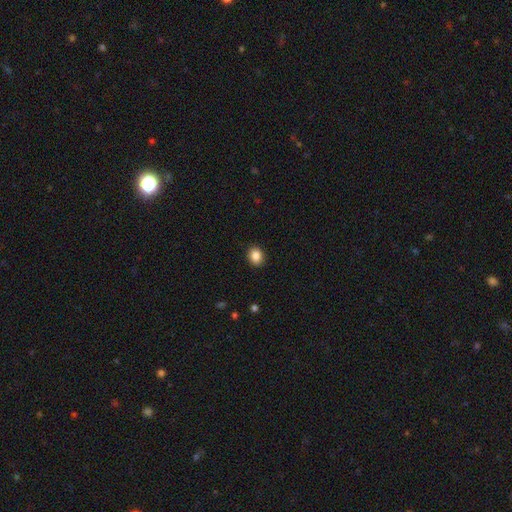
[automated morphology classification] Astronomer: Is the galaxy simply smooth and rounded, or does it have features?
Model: smooth — 86%.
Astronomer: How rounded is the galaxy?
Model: round — 64%.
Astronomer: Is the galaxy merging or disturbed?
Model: none — 91%.